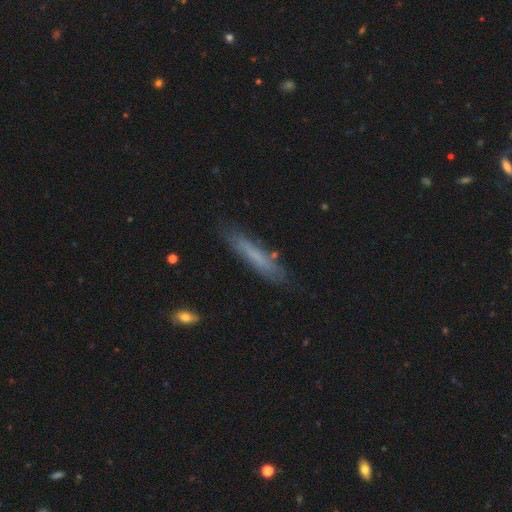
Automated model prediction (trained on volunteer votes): Smooth or featured: smooth — 59% (featured or disk — 33%)
How rounded: cigar-shaped — 89% (in between — 9%)
Merging: none — 78% (minor disturbance — 16%)